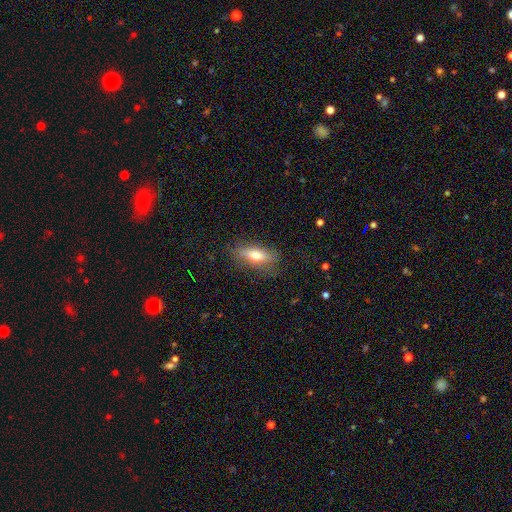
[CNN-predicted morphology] type=smooth (65%); roundness=in between (62%); merging=none (78%).